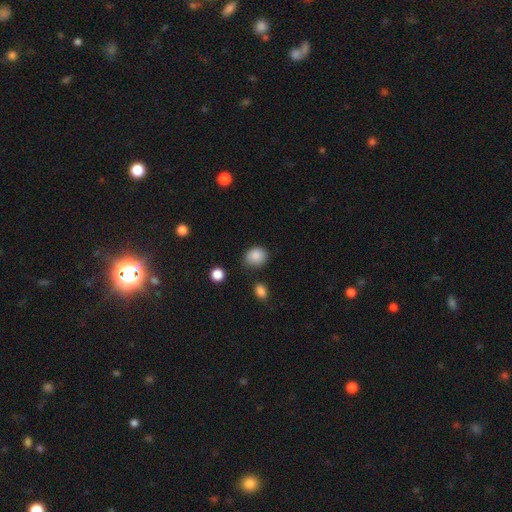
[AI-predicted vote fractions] Smooth or featured? smooth (87%)
How rounded? round (61%)
Merging? none (72%)